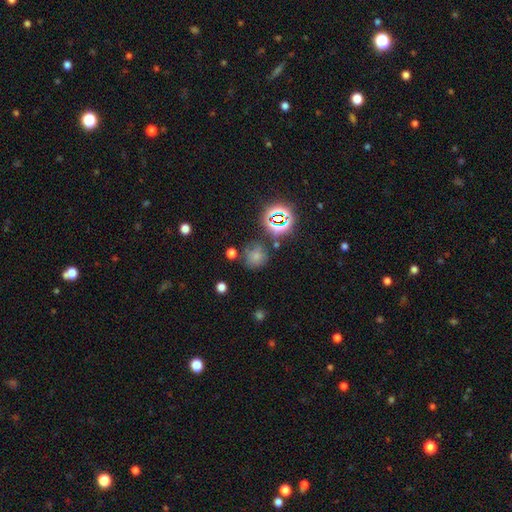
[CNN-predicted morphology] A smooth galaxy with no disk features (64%) that is round (86%).

Vote fractions:
- Smooth or featured? smooth: 64% / star or artifact: 27% / featured or disk: 9%
- How rounded? round: 86% / in between: 13% / cigar-shaped: 1%
- Merging? none: 66% / minor disturbance: 17% / merger: 10% / major disturbance: 7%